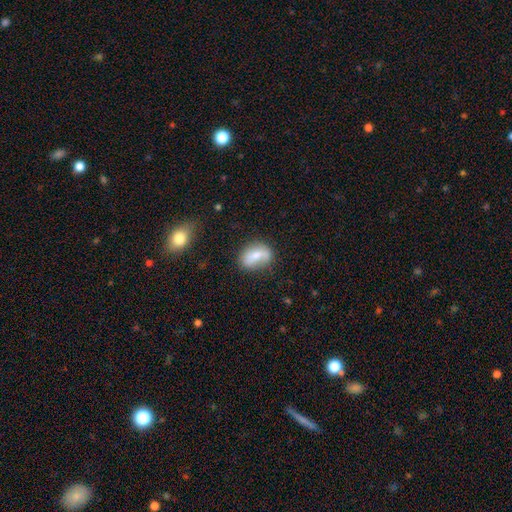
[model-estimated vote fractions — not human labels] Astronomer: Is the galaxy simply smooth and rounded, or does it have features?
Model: smooth — 60%.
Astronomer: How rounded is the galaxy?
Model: in between — 77%.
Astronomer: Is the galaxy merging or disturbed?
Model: none — 60%.